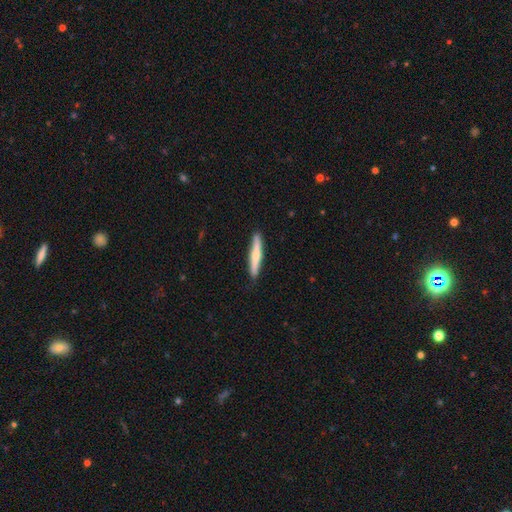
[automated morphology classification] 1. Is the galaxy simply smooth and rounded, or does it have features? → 56% smooth, 39% featured or disk, 5% star or artifact.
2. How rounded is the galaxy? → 93% cigar-shaped, 5% in between, 1% round.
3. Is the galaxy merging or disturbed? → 89% none, 8% minor disturbance, 1% major disturbance, 1% merger.